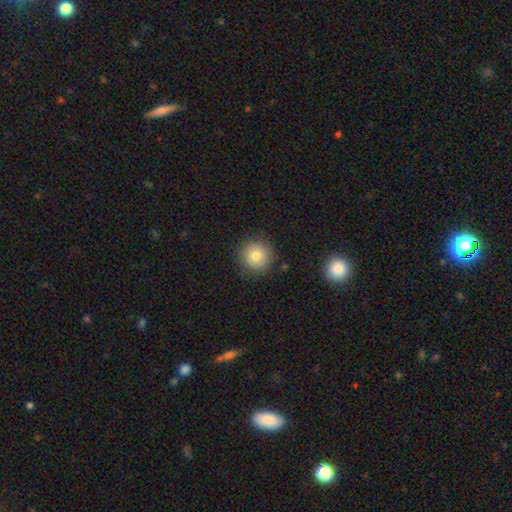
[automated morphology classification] Q: Smooth or featured?
A: smooth (79%); runner-up: featured or disk (11%)
Q: How rounded?
A: round (94%); runner-up: in between (5%)
Q: Merging?
A: none (86%); runner-up: minor disturbance (9%)